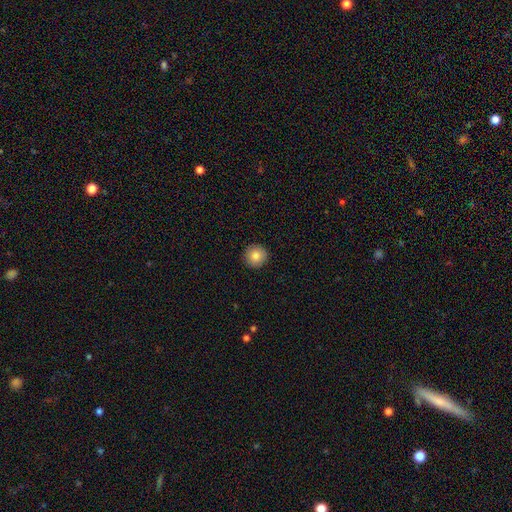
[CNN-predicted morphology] Smooth or featured? smooth (85%)
How rounded? round (95%)
Merging? none (93%)